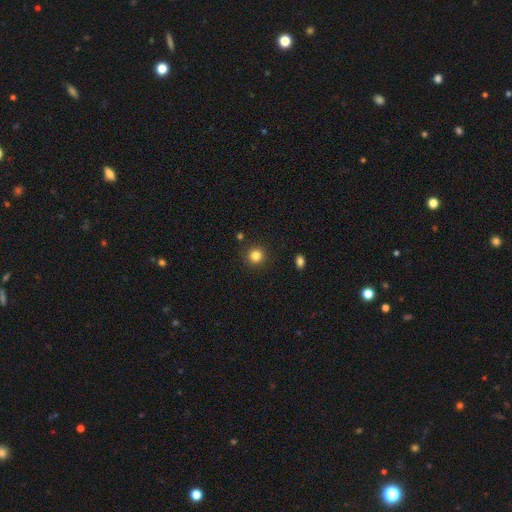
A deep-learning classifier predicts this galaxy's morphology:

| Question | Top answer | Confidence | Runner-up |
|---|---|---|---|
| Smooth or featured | smooth | 83% | star or artifact (12%) |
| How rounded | round | 93% | in between (6%) |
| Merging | none | 90% | minor disturbance (6%) |